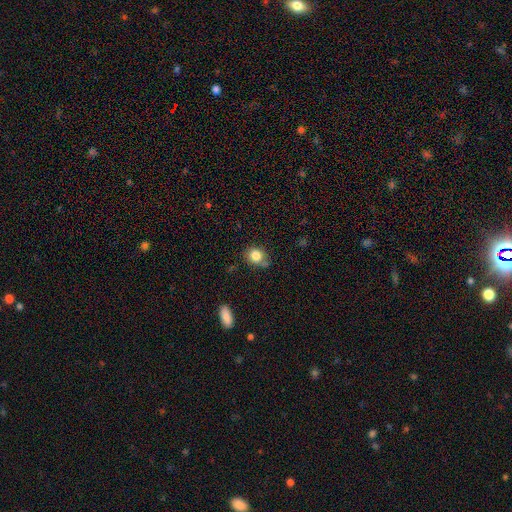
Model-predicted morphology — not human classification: This is clearly a smooth galaxy (82%). How rounded: likely round (66%). Merging: likely none (63%).